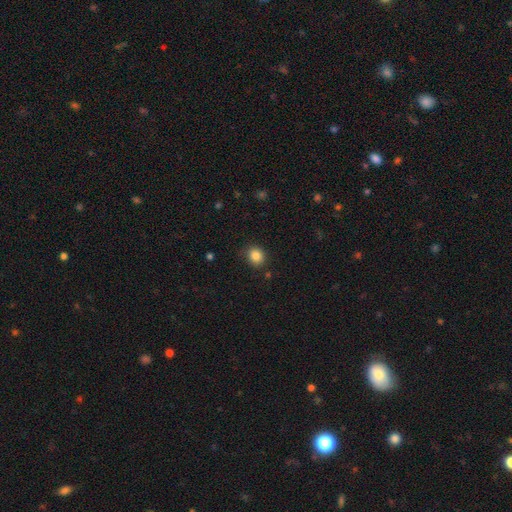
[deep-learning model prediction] Overall: smooth (85%). How rounded: round (78%). Merging: none (85%).